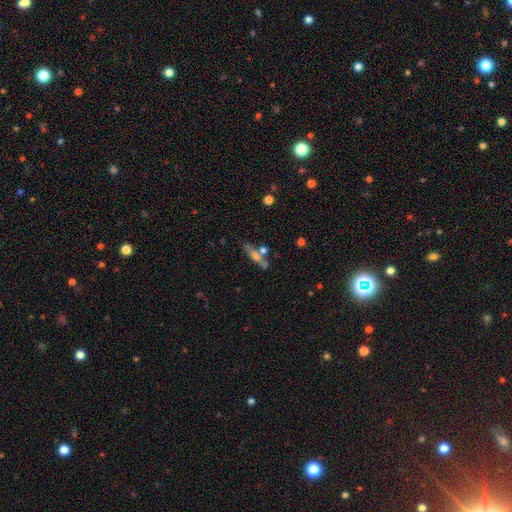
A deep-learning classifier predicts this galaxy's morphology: type=smooth (47%); merging=none (64%).